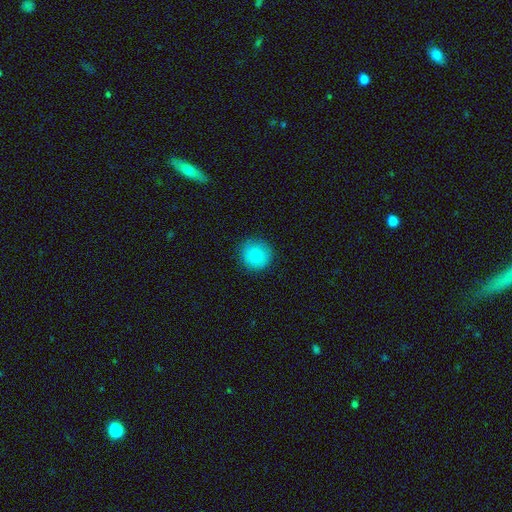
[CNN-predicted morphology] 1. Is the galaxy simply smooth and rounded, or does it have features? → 86% smooth, 9% star or artifact, 5% featured or disk.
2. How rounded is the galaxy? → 93% round, 6% in between, 1% cigar-shaped.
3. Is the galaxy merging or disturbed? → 88% none, 9% minor disturbance, 2% major disturbance, 1% merger.